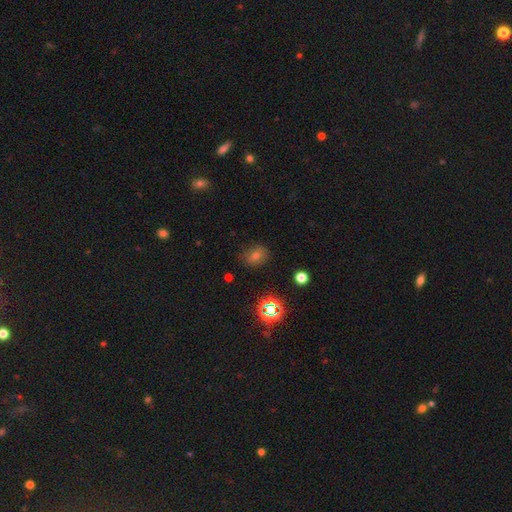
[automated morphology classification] Smooth or featured?
  - smooth: 52% *
  - star or artifact: 34%
  - featured or disk: 13%
How rounded?
  - round: 58% *
  - in between: 41%
  - cigar-shaped: 1%
Merging?
  - none: 80% *
  - minor disturbance: 14%
  - major disturbance: 4%
  - merger: 2%